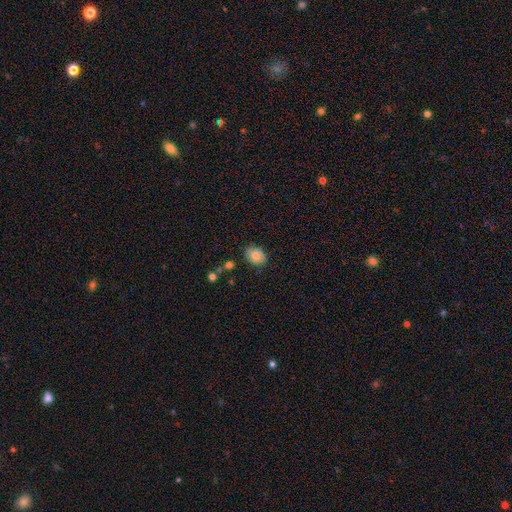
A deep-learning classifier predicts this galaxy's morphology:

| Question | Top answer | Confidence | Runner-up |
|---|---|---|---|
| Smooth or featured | smooth | 80% | featured or disk (11%) |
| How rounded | in between | 69% | round (30%) |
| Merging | none | 79% | minor disturbance (16%) |